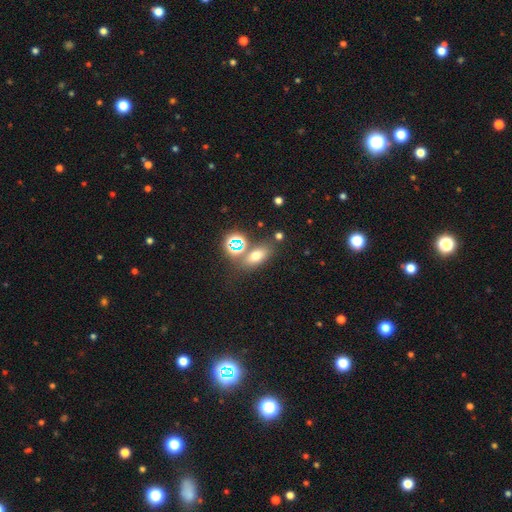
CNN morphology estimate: A smooth galaxy with no disk features (61%) that is in between round and cigar-shaped (71%).

Vote fractions:
- Smooth or featured? smooth: 61% / star or artifact: 25% / featured or disk: 14%
- How rounded? in between: 71% / round: 22% / cigar-shaped: 6%
- Merging? none: 68% / merger: 15% / minor disturbance: 12% / major disturbance: 5%